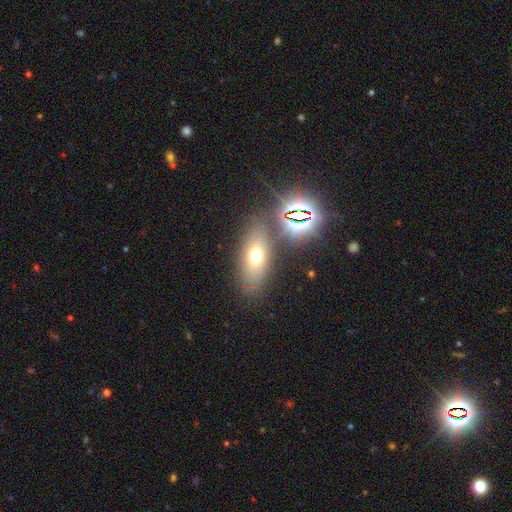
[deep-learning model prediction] Smooth or featured: smooth — 58% (featured or disk — 22%)
How rounded: in between — 76% (cigar-shaped — 14%)
Merging: none — 77% (minor disturbance — 11%)